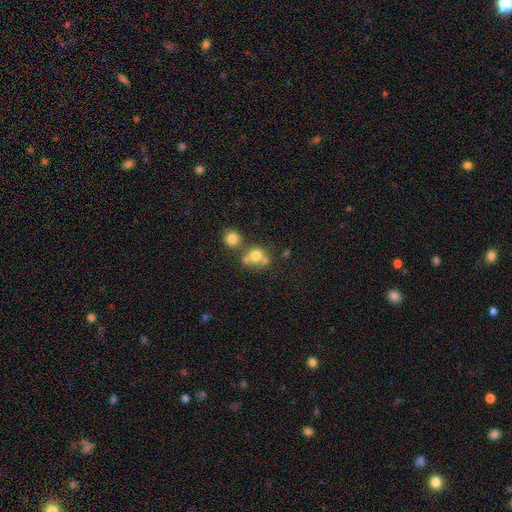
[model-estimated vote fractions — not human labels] smooth_or_featured: smooth (p=0.70) [alt: featured or disk p=0.16]
how_rounded: round (p=0.80) [alt: in between p=0.19]
merging: none (p=0.46) [alt: merger p=0.39]